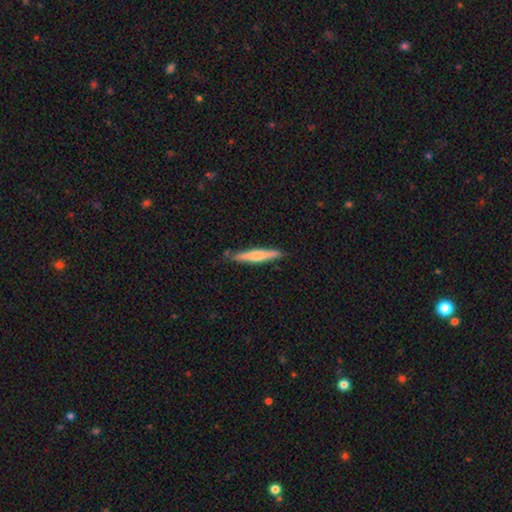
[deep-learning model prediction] Overall: smooth (53%; featured or disk 42%). How rounded: cigar-shaped (94%). Merging: none (86%).